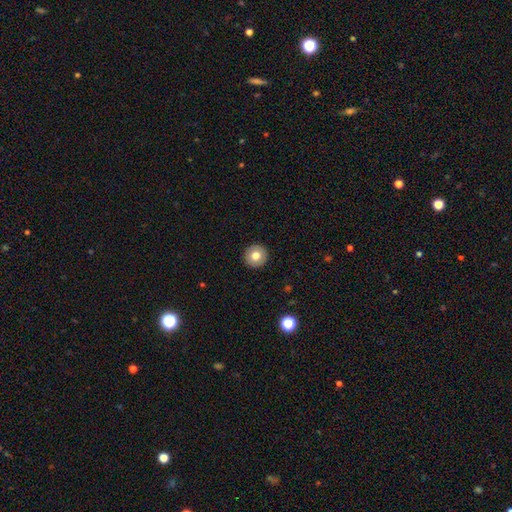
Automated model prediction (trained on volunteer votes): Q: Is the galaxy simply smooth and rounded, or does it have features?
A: smooth — 77%.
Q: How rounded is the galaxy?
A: round — 95%.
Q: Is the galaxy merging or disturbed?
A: none — 93%.